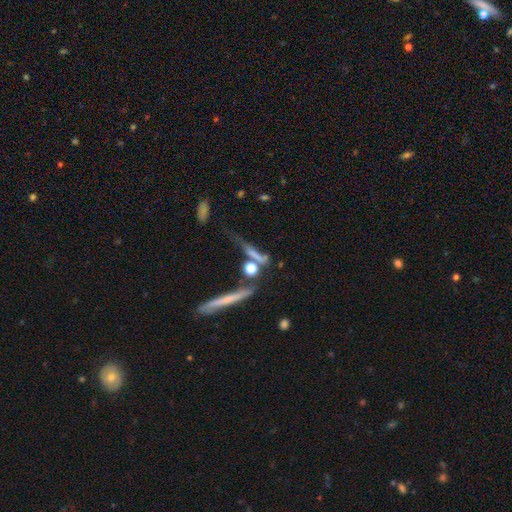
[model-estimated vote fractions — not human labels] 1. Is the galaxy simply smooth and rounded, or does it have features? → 59% smooth, 28% featured or disk, 13% star or artifact.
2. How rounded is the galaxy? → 55% cigar-shaped, 27% round, 18% in between.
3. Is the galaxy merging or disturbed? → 50% none, 20% merger, 17% minor disturbance, 13% major disturbance.